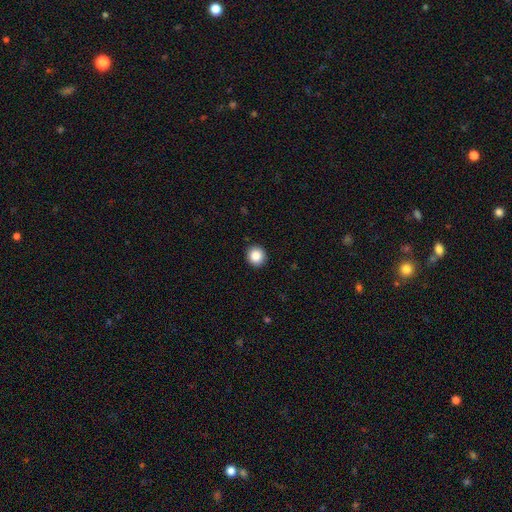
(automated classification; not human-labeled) A smooth galaxy with no disk features (86%) that is round (88%).

Vote fractions:
- Smooth or featured? smooth: 86% / star or artifact: 9% / featured or disk: 5%
- How rounded? round: 88% / in between: 11% / cigar-shaped: 1%
- Merging? none: 92% / minor disturbance: 5% / major disturbance: 2% / merger: 1%